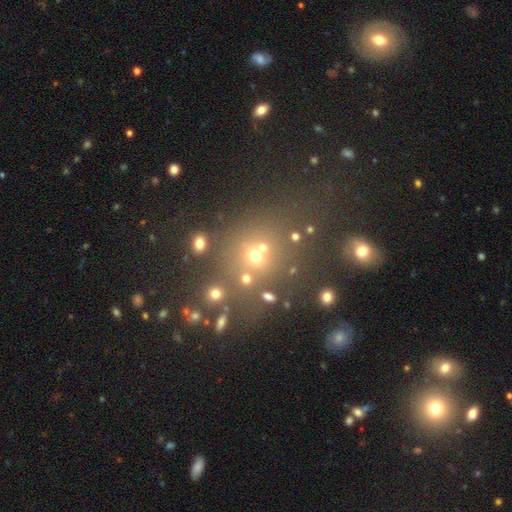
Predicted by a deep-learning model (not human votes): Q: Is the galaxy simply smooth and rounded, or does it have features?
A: smooth — 53%.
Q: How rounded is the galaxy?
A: round — 80%.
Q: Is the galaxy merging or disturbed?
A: none — 61%.